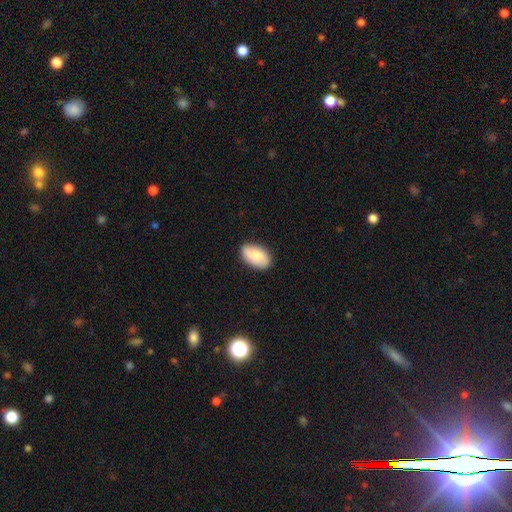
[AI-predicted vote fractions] The model was most divided on "smooth or featured": smooth: 79%, featured or disk: 15%, star or artifact: 7%. More confident: how rounded — in between (93%); merging — none (84%).